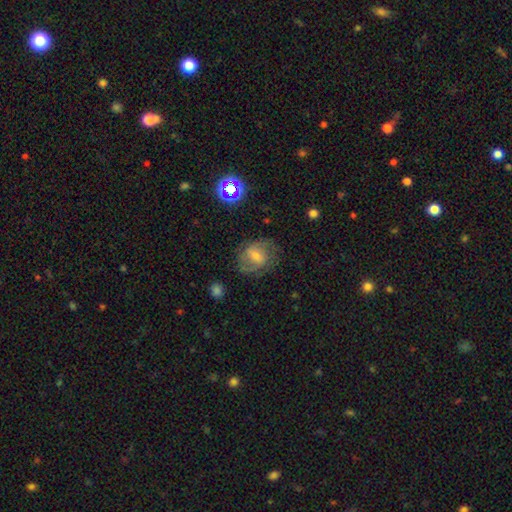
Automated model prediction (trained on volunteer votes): The model was most divided on "bulge size": small: 44%, moderate: 42%, none: 7%, large: 6%, dominant: 1%. More confident: edge-on disk — no (96%); spiral arms — yes (81%); merging — none (68%); smooth or featured — featured or disk (55%); bar — weak (51%).